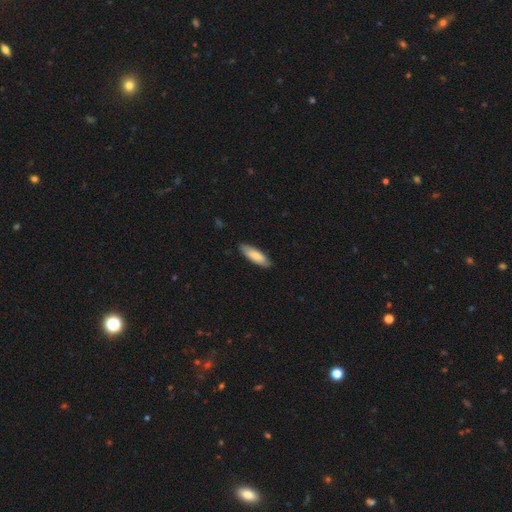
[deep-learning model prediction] Morphology: type=smooth (78%); roundness=in between (53%); merging=none (83%).